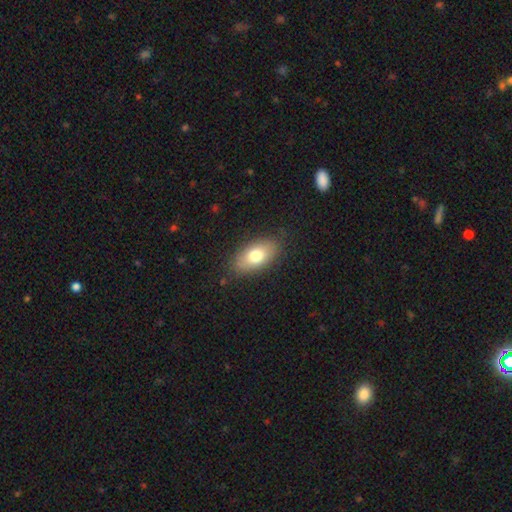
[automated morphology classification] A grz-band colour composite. It shows a smooth galaxy with no disk features (74%) that is in between round and cigar-shaped (90%). Merging: none (83%).